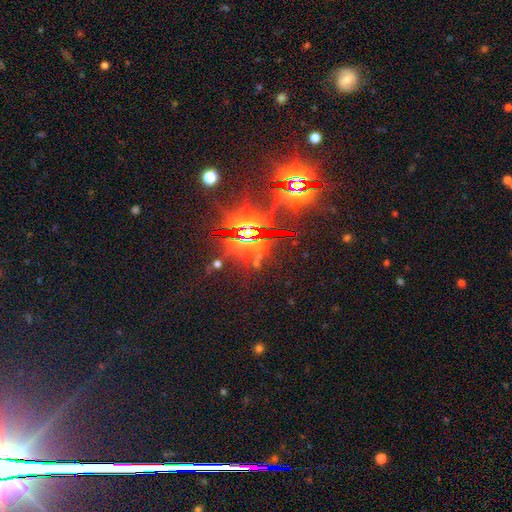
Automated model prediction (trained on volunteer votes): star or artifact 84%, smooth 9%, featured or disk 8%.